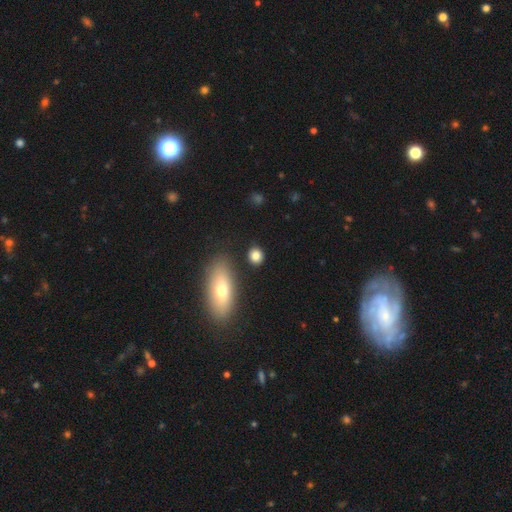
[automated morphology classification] A smooth galaxy with no disk features (83%) that is round (75%).

Vote fractions:
- Smooth or featured? smooth: 83% / star or artifact: 10% / featured or disk: 7%
- How rounded? round: 75% / in between: 23% / cigar-shaped: 3%
- Merging? none: 83% / minor disturbance: 9% / merger: 4% / major disturbance: 3%